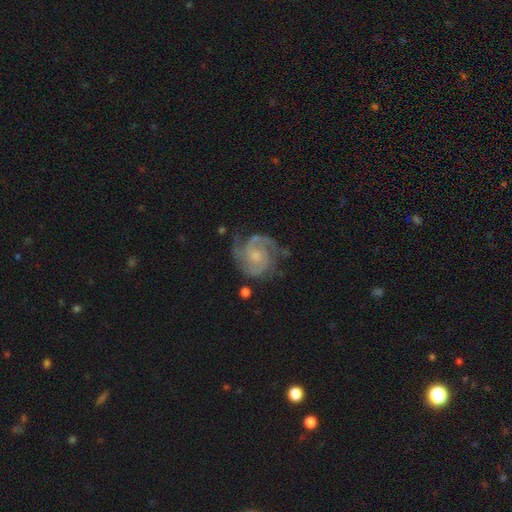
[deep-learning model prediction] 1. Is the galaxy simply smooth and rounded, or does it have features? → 89% featured or disk, 6% smooth, 5% star or artifact.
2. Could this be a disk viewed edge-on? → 98% no, 2% yes.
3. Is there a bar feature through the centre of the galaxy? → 66% no, 29% weak, 5% strong.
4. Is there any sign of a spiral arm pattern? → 98% yes, 2% no.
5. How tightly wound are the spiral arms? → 48% tight, 43% medium, 9% loose.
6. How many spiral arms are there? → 62% 2, 20% 3, 9% can't tell, 4% 4, 3% 1, 3% more than 4.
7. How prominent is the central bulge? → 49% small, 37% moderate, 10% none, 3% large, 1% dominant.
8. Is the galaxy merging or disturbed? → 70% none, 19% minor disturbance, 9% major disturbance, 2% merger.